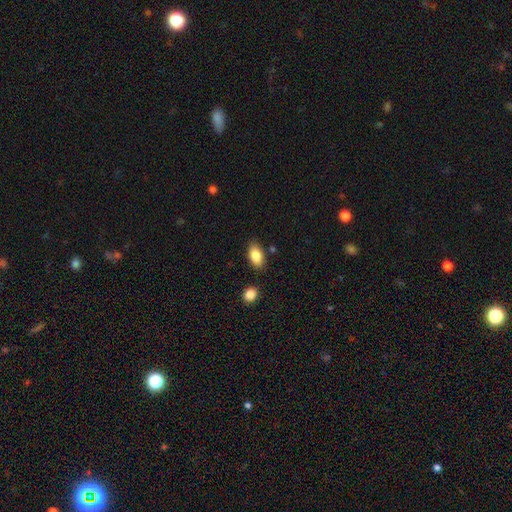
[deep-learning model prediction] smooth-or-featured: smooth: 86% | featured or disk: 7% | star or artifact: 7%
  how-rounded: in between: 92% | round: 5% | cigar-shaped: 3%
  merging: none: 81% | minor disturbance: 12% | merger: 4% | major disturbance: 3%